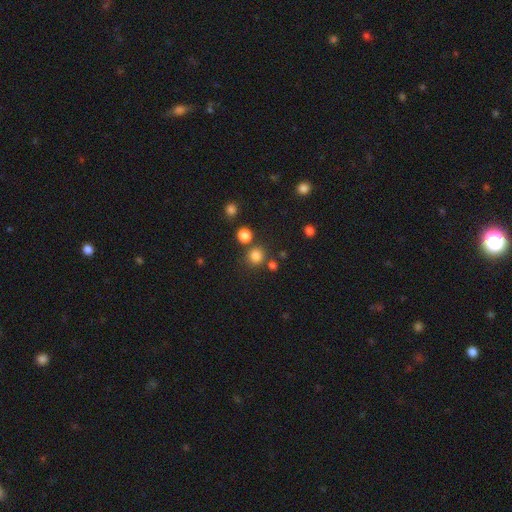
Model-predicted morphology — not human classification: smooth_or_featured: smooth (p=0.80) [alt: star or artifact p=0.16]
how_rounded: round (p=0.90) [alt: in between p=0.09]
merging: none (p=0.77) [alt: merger p=0.11]